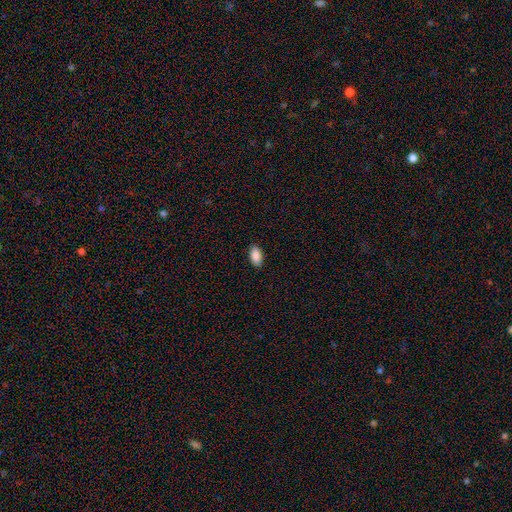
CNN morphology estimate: smooth-or-featured: smooth: 89% | star or artifact: 7% | featured or disk: 4%
  how-rounded: in between: 94% | round: 4% | cigar-shaped: 2%
  merging: none: 89% | minor disturbance: 8% | major disturbance: 2% | merger: 1%